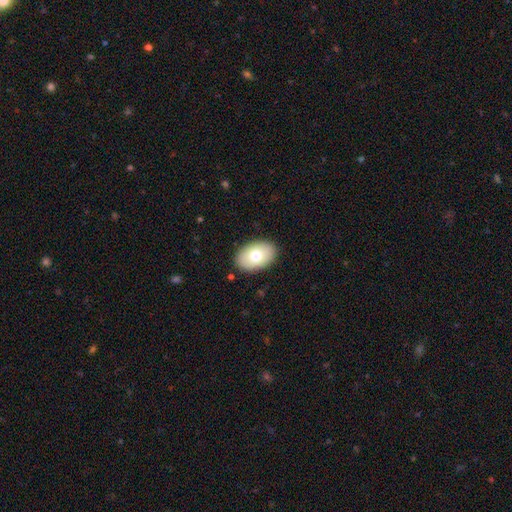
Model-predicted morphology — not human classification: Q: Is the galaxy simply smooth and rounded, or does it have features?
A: smooth — 74%.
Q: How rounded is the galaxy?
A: in between — 90%.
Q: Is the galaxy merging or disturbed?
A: none — 89%.